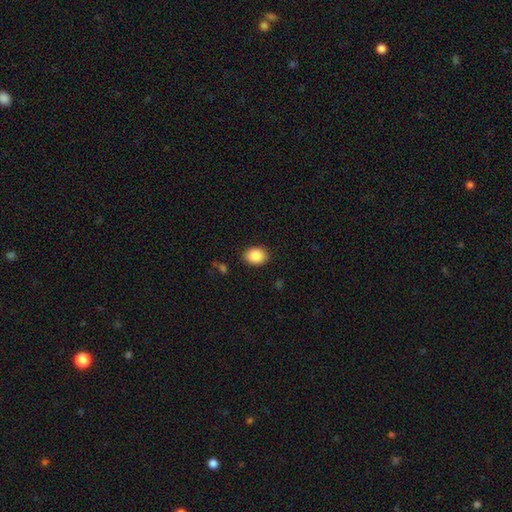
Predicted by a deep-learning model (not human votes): smooth_or_featured: smooth (p=0.88) [alt: star or artifact p=0.08]
how_rounded: in between (p=0.58) [alt: round p=0.41]
merging: none (p=0.88) [alt: minor disturbance p=0.08]